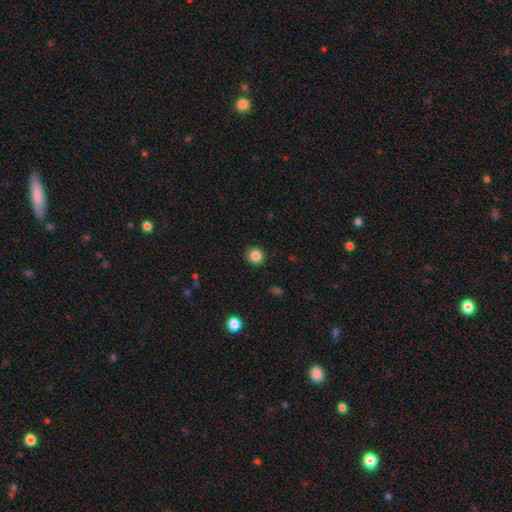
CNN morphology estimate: smooth_or_featured: smooth (p=0.85) [alt: star or artifact p=0.11]
how_rounded: round (p=0.92) [alt: in between p=0.07]
merging: none (p=0.91) [alt: minor disturbance p=0.06]